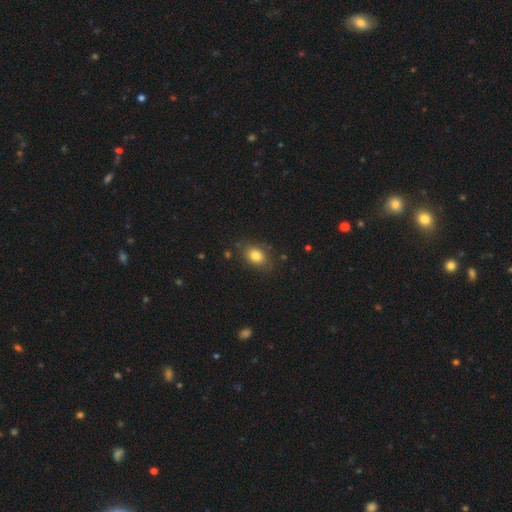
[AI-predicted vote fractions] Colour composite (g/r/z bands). It shows a smooth galaxy with no disk features (82%) that is in between round and cigar-shaped (70%). Merging: none (77%).